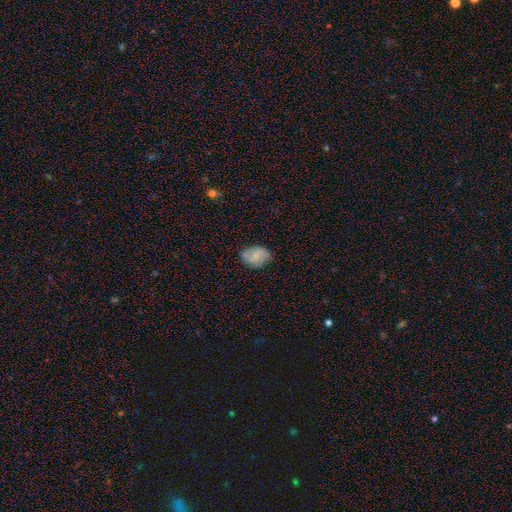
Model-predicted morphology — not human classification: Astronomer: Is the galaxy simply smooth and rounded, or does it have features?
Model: smooth — 55% (runner-up: featured or disk, 37%).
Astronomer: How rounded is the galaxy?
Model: in between — 77%.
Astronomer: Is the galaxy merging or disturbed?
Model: none — 72%.